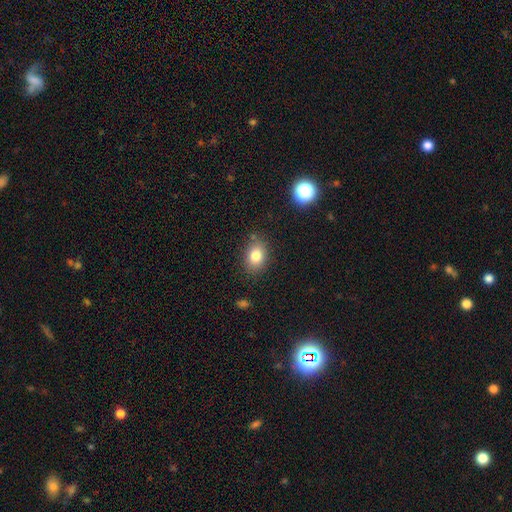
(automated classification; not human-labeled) A smooth galaxy with no disk features (80%) that is in between round and cigar-shaped (69%). Merging: none (80%).